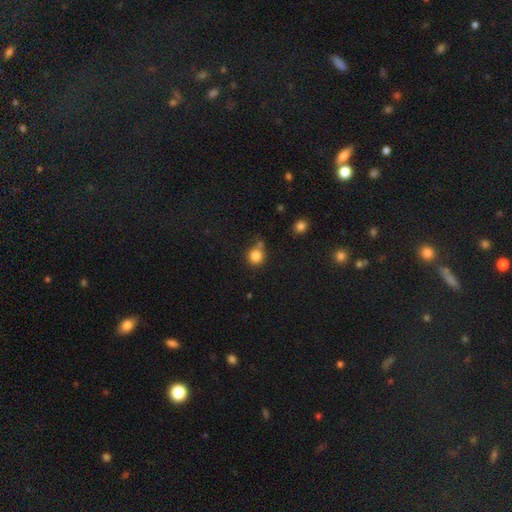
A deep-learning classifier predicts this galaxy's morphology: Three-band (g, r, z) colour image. It shows a smooth galaxy with no disk features (83%) that is round (91%). Merging: none (70%).